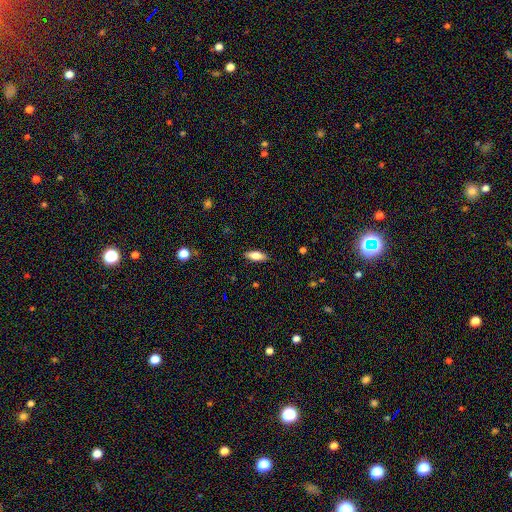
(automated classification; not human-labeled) A smooth galaxy with no disk features (75%) that is in between round and cigar-shaped (71%).

Vote fractions:
- Smooth or featured? smooth: 75% / featured or disk: 18% / star or artifact: 7%
- How rounded? in between: 71% / cigar-shaped: 26% / round: 2%
- Merging? none: 88% / minor disturbance: 9% / major disturbance: 2% / merger: 1%